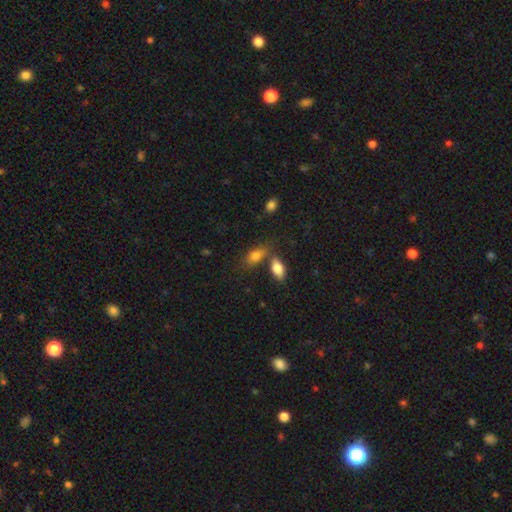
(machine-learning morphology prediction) Overall: smooth (79%). How rounded: in between (84%). Merging: none (48%; merger 31%).